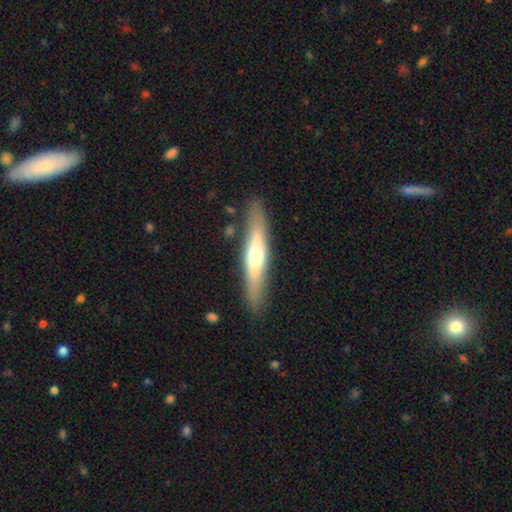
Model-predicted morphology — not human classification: Overall: featured or disk (53%; smooth 41%). Edge-on disk: yes (79%). Merging: none (84%).